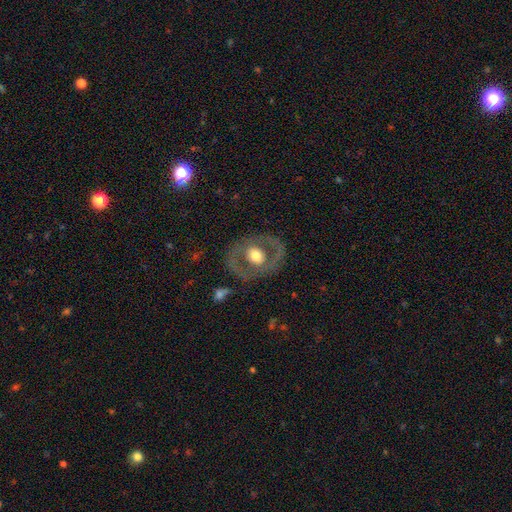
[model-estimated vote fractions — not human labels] smooth_or_featured: featured or disk (p=0.61) [alt: smooth p=0.33]
disk_edge_on: no (p=0.94) [alt: yes p=0.06]
bar: no (p=0.71) [alt: weak p=0.21]
has_spiral_arms: no (p=0.71) [alt: yes p=0.29]
bulge_size: moderate (p=0.56) [alt: large p=0.34]
merging: none (p=0.76) [alt: minor disturbance p=0.13]